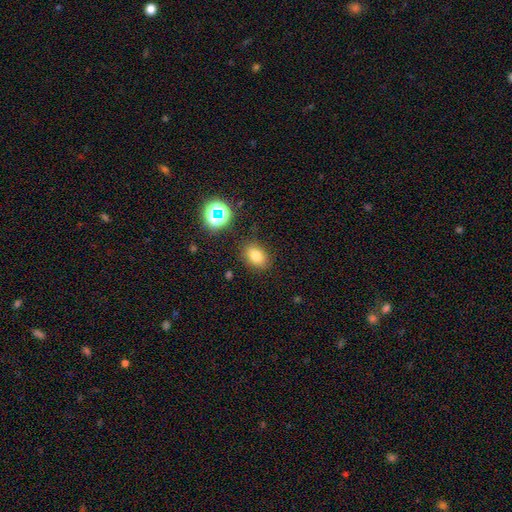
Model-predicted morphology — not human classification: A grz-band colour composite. It shows a smooth galaxy with no disk features (77%) that is in between round and cigar-shaped (74%). Merging: none (82%).